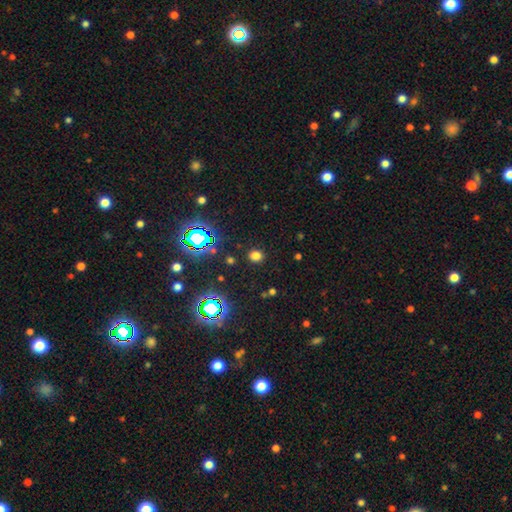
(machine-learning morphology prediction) Smooth or featured: smooth — 71% (star or artifact — 24%)
How rounded: round — 79% (in between — 20%)
Merging: none — 89% (minor disturbance — 6%)